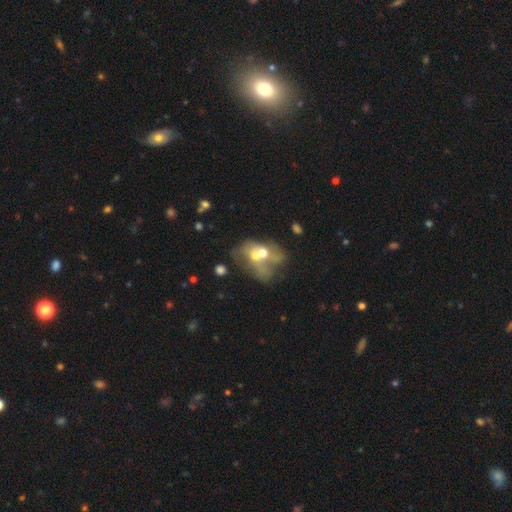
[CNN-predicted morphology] Q: Smooth or featured?
A: smooth (44%); tied with: featured or disk (44%)
Q: Merging?
A: merger (71%); runner-up: none (11%)